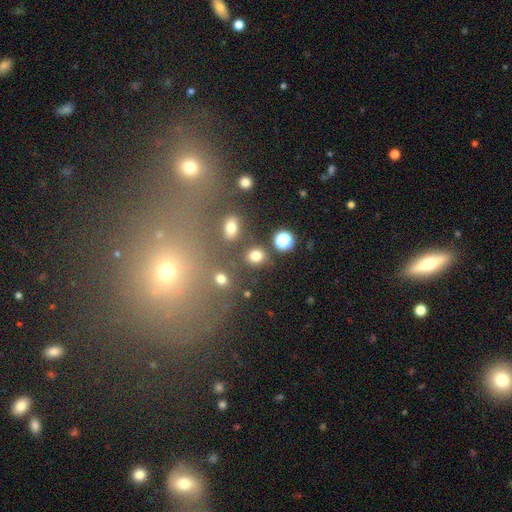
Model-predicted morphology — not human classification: Smooth or featured: smooth — 79% (star or artifact — 14%)
How rounded: round — 70% (in between — 29%)
Merging: none — 77% (minor disturbance — 10%)